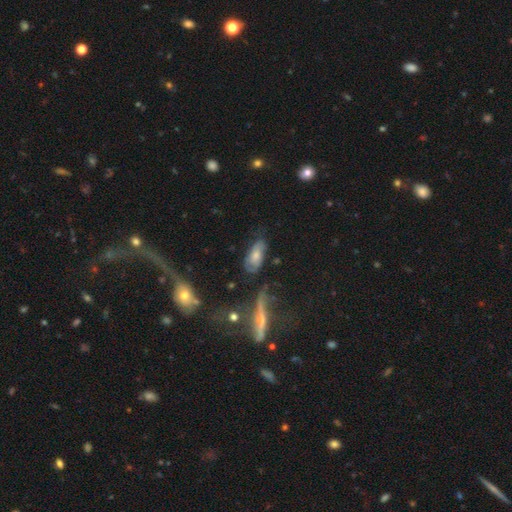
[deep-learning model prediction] Smooth or featured? smooth (52%)
How rounded? in between (84%)
Merging? none (58%)